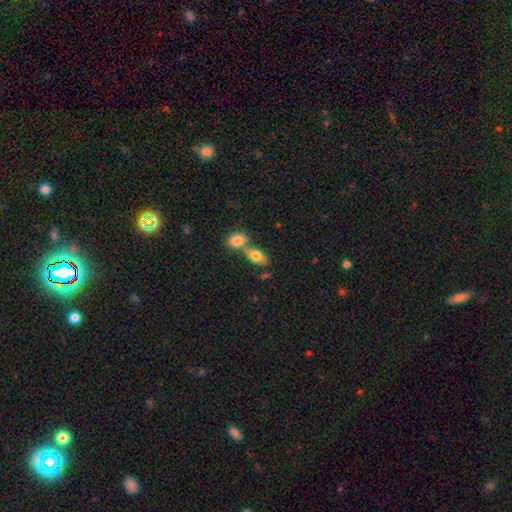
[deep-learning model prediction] This is likely a smooth galaxy (78%). How rounded: clearly in between (88%). Merging: possibly merger (49%).